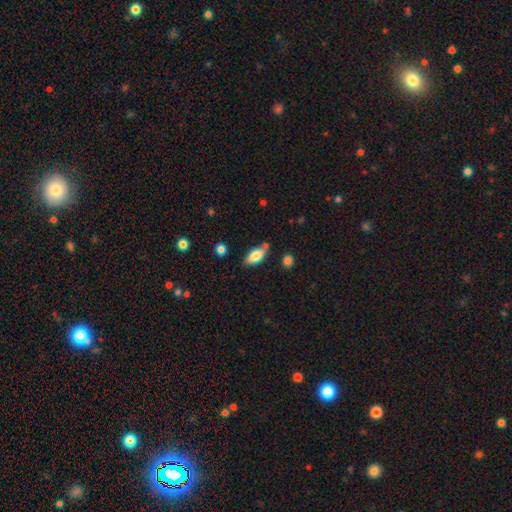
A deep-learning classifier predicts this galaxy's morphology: This is likely a smooth galaxy (76%). How rounded: clearly in between (84%). Merging: likely none (74%).